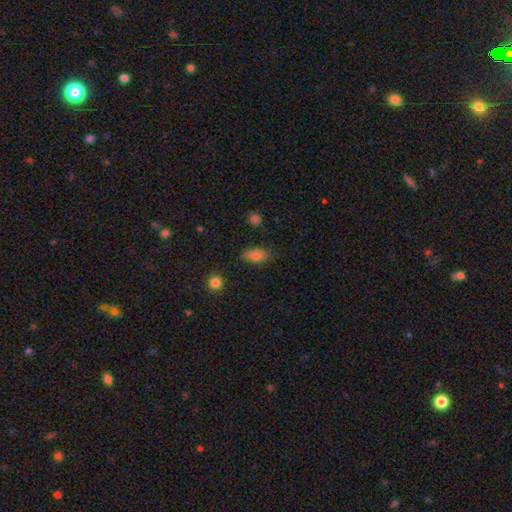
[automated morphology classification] The model was most divided on "merging": none: 80%, minor disturbance: 14%, major disturbance: 3%, merger: 2%. More confident: how rounded — in between (87%); smooth or featured — smooth (82%).